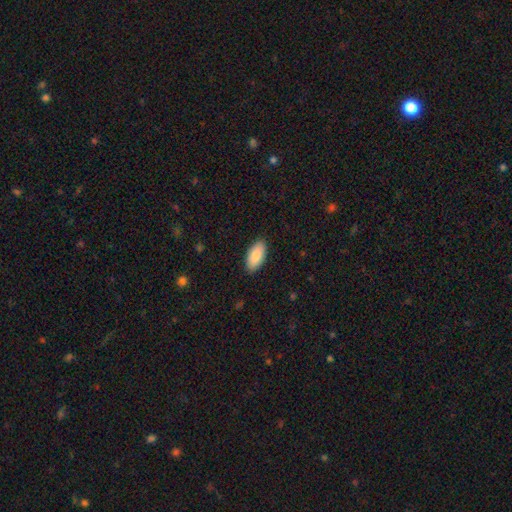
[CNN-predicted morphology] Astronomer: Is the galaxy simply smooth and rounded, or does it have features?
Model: smooth — 87%.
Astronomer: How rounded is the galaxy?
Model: in between — 93%.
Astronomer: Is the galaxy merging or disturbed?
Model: none — 89%.